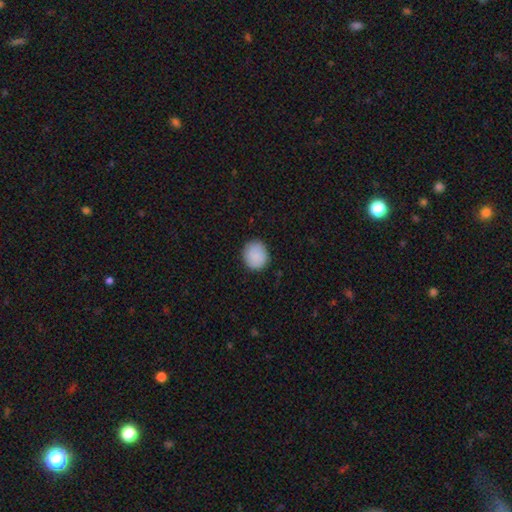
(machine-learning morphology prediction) Smooth or featured? Predicted: smooth (p=0.88). How rounded? Predicted: round (p=0.80). Merging? Predicted: none (p=0.89).